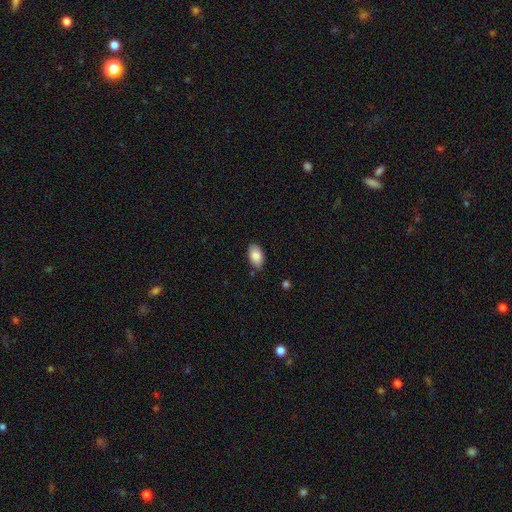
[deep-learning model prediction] A smooth galaxy with no disk features (84%) that is in between round and cigar-shaped (94%). Merging: none (83%).